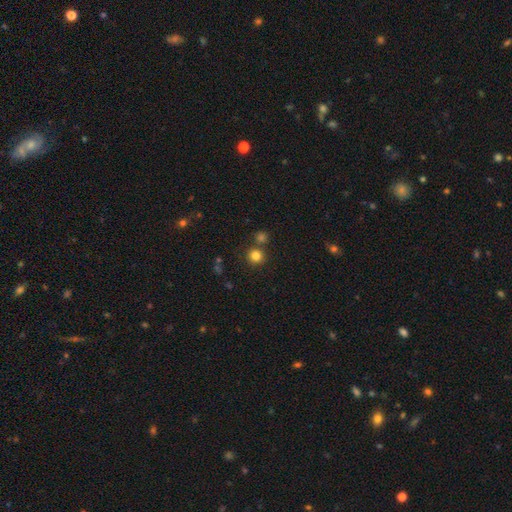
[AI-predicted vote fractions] Smooth or featured?
  - smooth: 80% *
  - star or artifact: 14%
  - featured or disk: 5%
How rounded?
  - round: 93% *
  - in between: 6%
  - cigar-shaped: 1%
Merging?
  - none: 78% *
  - merger: 12%
  - minor disturbance: 7%
  - major disturbance: 3%